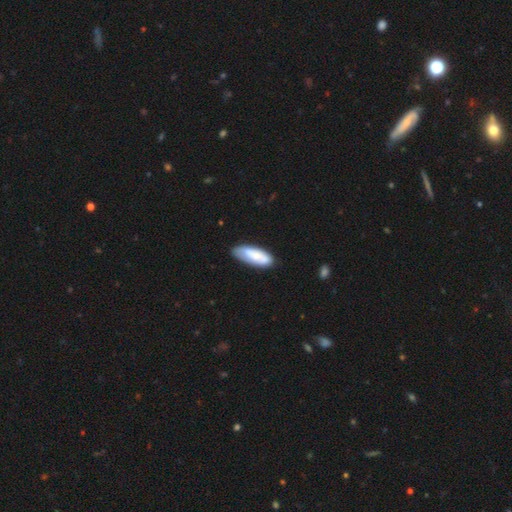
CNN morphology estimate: The model was most divided on "smooth or featured": smooth: 64%, featured or disk: 31%, star or artifact: 6%. More confident: merging — none (72%); how rounded — in between (70%).